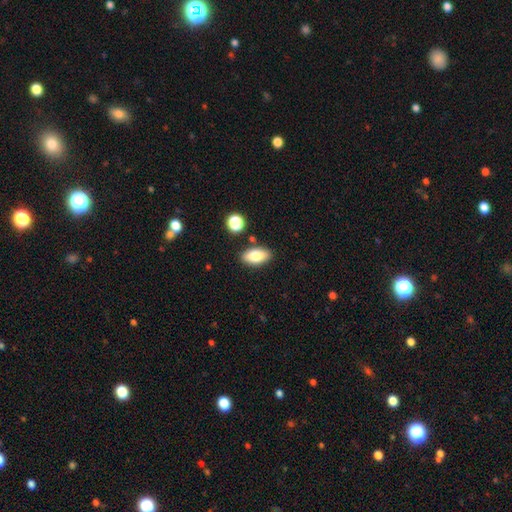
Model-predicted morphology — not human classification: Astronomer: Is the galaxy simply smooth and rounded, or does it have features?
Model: smooth — 79%.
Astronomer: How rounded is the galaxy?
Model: in between — 89%.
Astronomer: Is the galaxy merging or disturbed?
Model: none — 84%.